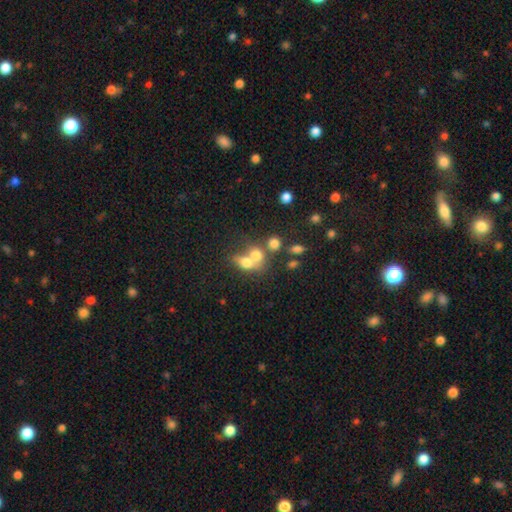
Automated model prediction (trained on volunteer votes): smooth_or_featured: smooth (p=0.69) [alt: featured or disk p=0.18]
how_rounded: round (p=0.49) [alt: in between p=0.47]
merging: merger (p=0.59) [alt: none p=0.28]